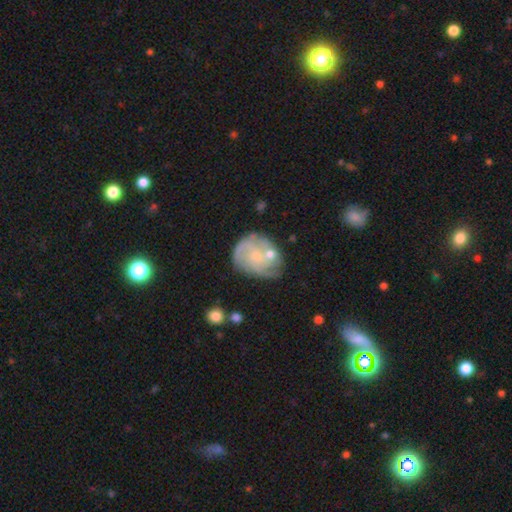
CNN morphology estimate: Overall: featured or disk (66%; smooth 27%). Edge-on disk: no (98%). Bar: no (77%). Spiral arms: yes (79%). Spiral arm count: can't tell (38%; 3 24%). Spiral winding: tight (46%; medium 37%). Bulge size: small (71%). Merging: none (49%; minor disturbance 24%).